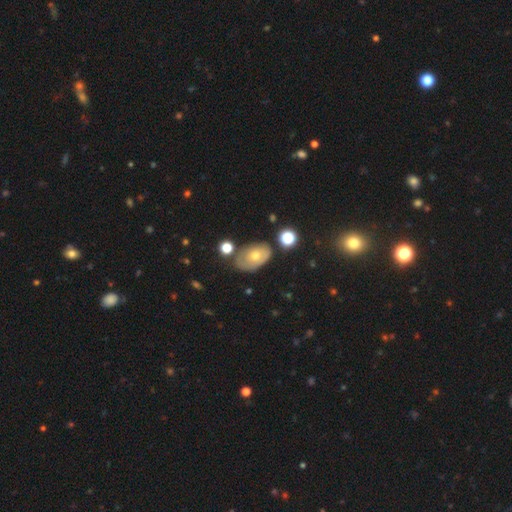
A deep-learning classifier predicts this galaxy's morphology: Overall: smooth (48%; featured or disk 40%). Merging: none (64%; minor disturbance 24%).